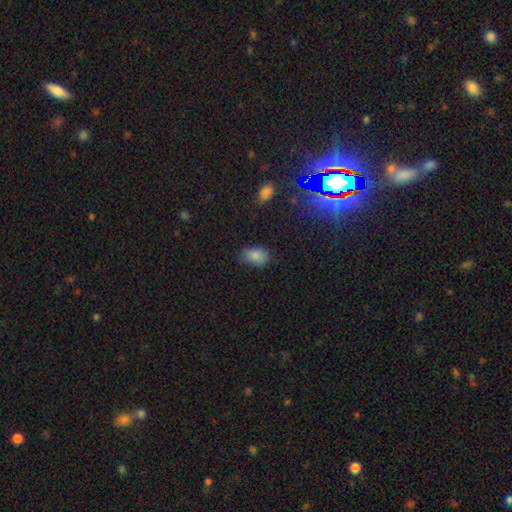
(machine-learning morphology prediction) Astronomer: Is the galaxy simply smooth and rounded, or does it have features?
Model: smooth — 84%.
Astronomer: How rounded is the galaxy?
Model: in between — 86%.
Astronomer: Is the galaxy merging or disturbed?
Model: none — 69%.